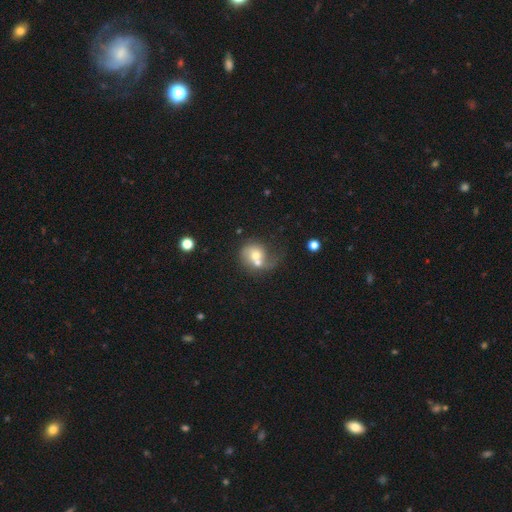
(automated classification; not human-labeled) smooth_or_featured: smooth (p=0.55) [alt: featured or disk p=0.35]
how_rounded: round (p=0.68) [alt: in between p=0.31]
merging: merger (p=0.55) [alt: none p=0.20]